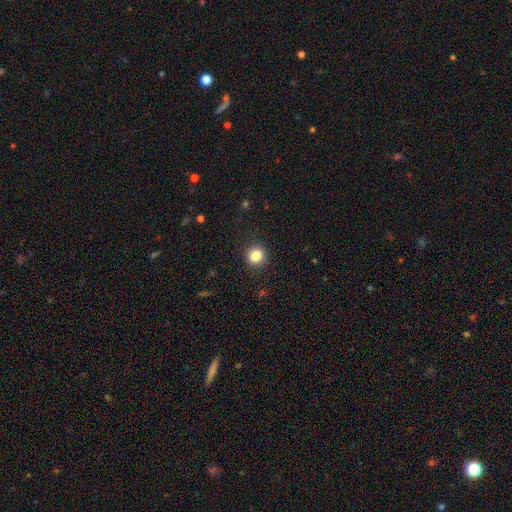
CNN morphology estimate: This is clearly a smooth galaxy (84%). How rounded: clearly round (85%). Merging: clearly none (91%).